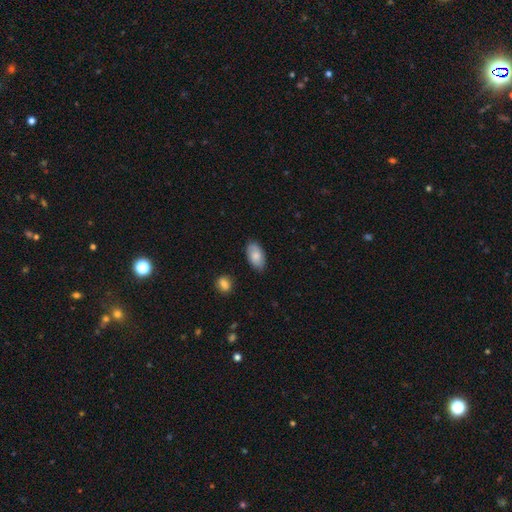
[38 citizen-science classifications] A smooth galaxy with no disk features (87%) that is in between round and cigar-shaped (94%). Merging: none (86%).